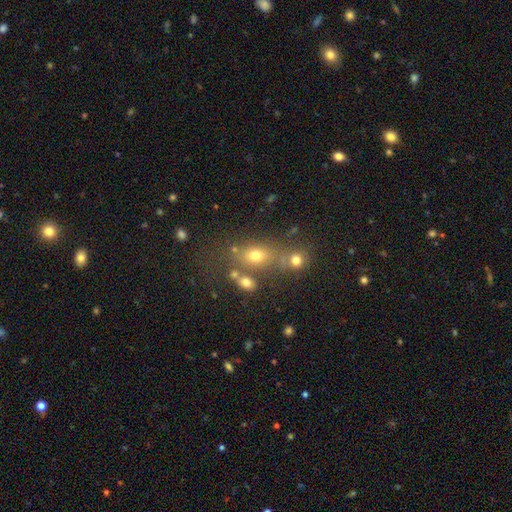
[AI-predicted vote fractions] Q: Smooth or featured?
A: smooth (64%); runner-up: star or artifact (20%)
Q: How rounded?
A: in between (62%); runner-up: round (34%)
Q: Merging?
A: none (52%); runner-up: merger (28%)